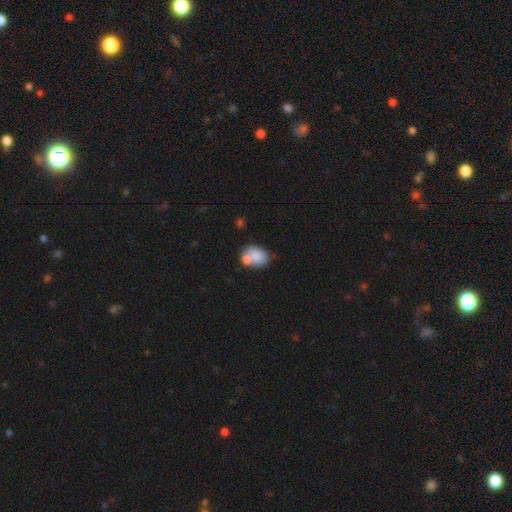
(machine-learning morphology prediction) A smooth galaxy with no disk features (78%) that is in between round and cigar-shaped (69%).

Vote fractions:
- Smooth or featured? smooth: 78% / featured or disk: 14% / star or artifact: 8%
- How rounded? in between: 69% / round: 29% / cigar-shaped: 1%
- Merging? none: 44% / merger: 37% / minor disturbance: 15% / major disturbance: 5%